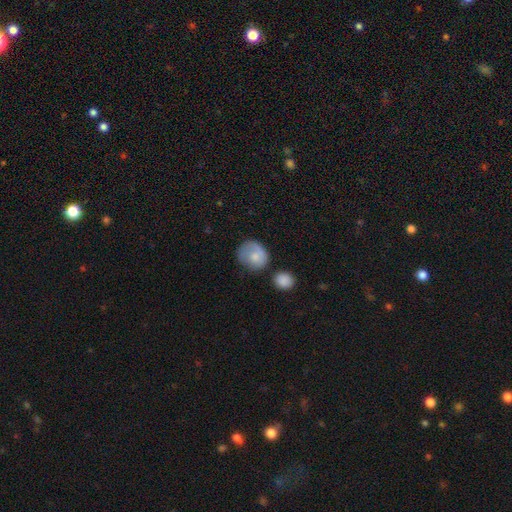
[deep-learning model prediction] smooth-or-featured: smooth: 74% | featured or disk: 19% | star or artifact: 7%
  how-rounded: round: 73% | in between: 26% | cigar-shaped: 1%
  merging: none: 52% | minor disturbance: 27% | major disturbance: 13% | merger: 7%